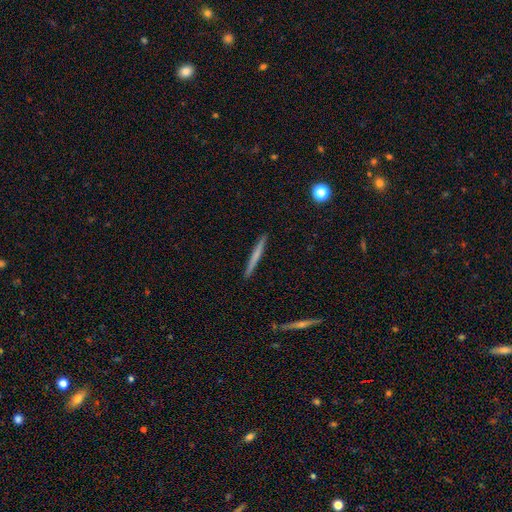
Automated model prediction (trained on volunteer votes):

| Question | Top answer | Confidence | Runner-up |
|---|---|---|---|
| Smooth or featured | smooth | 54% | featured or disk (40%) |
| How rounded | cigar-shaped | 97% | in between (2%) |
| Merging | none | 92% | minor disturbance (6%) |